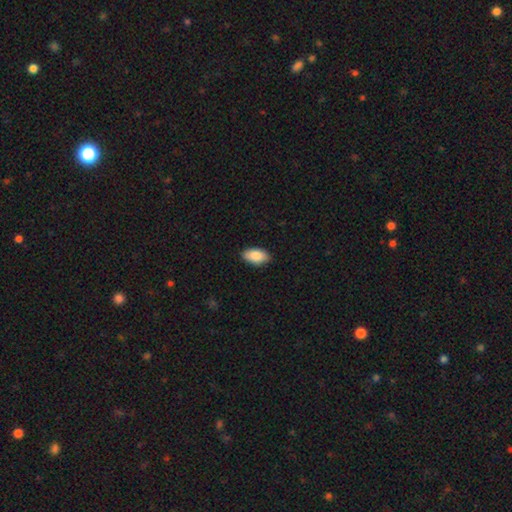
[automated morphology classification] Overall: smooth (88%). How rounded: in between (94%). Merging: none (89%).